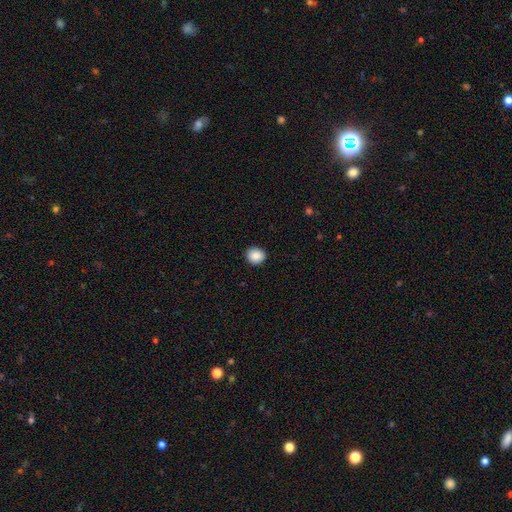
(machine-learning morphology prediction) Smooth or featured? Predicted: smooth (p=0.89). How rounded? Predicted: round (p=0.82). Merging? Predicted: none (p=0.92).